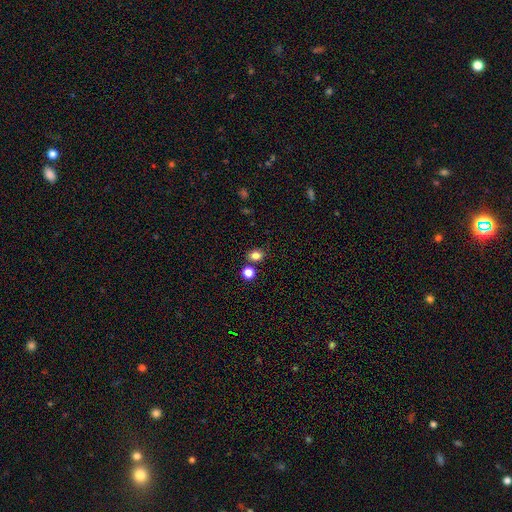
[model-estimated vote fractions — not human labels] The model was most divided on "how rounded": round: 54%, in between: 45%, cigar-shaped: 1%. More confident: smooth or featured — smooth (81%); merging — none (78%).